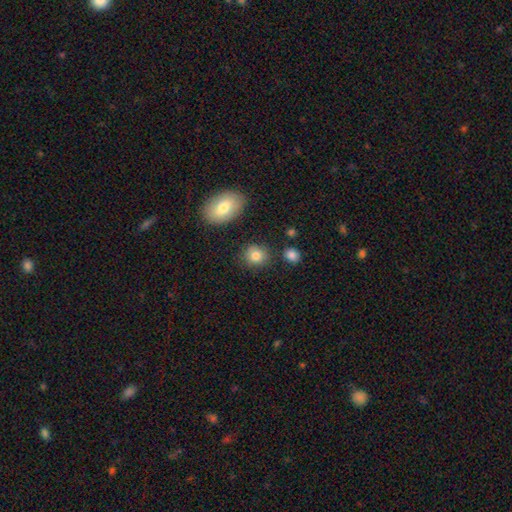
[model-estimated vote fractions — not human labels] smooth-or-featured: smooth: 83% | star or artifact: 10% | featured or disk: 7%
  how-rounded: round: 79% | in between: 20% | cigar-shaped: 1%
  merging: none: 82% | minor disturbance: 10% | merger: 5% | major disturbance: 3%